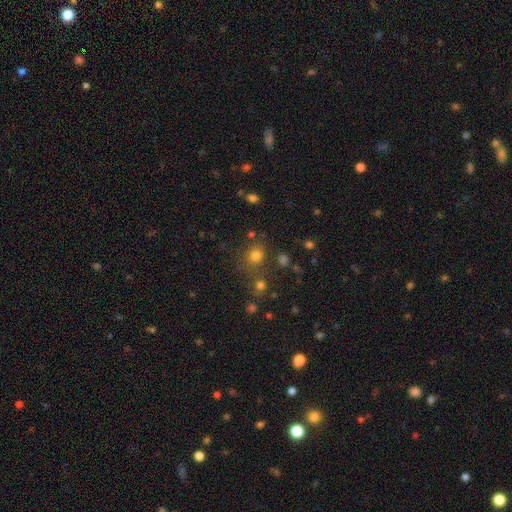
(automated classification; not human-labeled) Smooth or featured: smooth — 74% (star or artifact — 18%)
How rounded: round — 76% (in between — 23%)
Merging: none — 72% (merger — 12%)